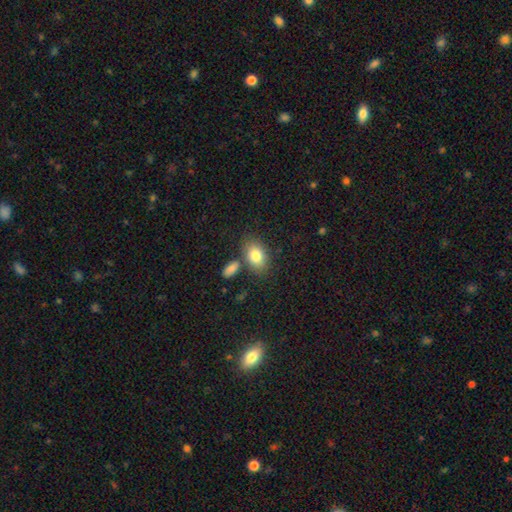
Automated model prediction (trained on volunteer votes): smooth-or-featured: smooth: 82% | featured or disk: 11% | star or artifact: 8%
  how-rounded: in between: 85% | round: 14% | cigar-shaped: 1%
  merging: none: 70% | merger: 13% | minor disturbance: 13% | major disturbance: 4%